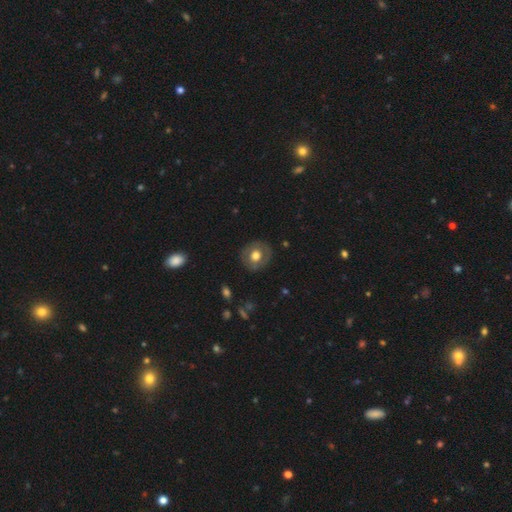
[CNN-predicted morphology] A smooth galaxy with no disk features (57%) that is round (84%). Merging: none (85%).